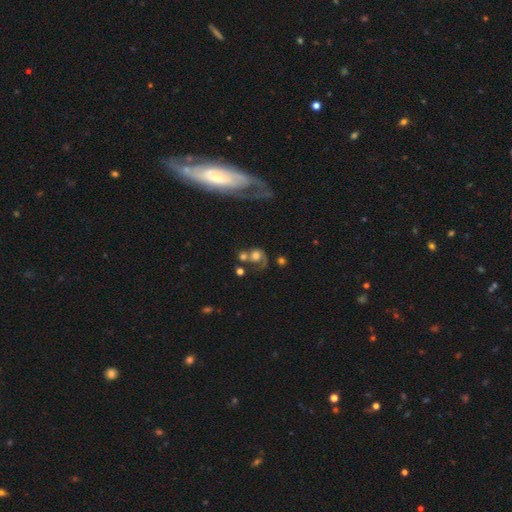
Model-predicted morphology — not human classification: Smooth or featured? featured or disk (56%)
Edge-on disk? no (97%)
Bar? no (77%)
Spiral arms? yes (79%)
Bulge size? moderate (39%)
Merging? merger (37%)